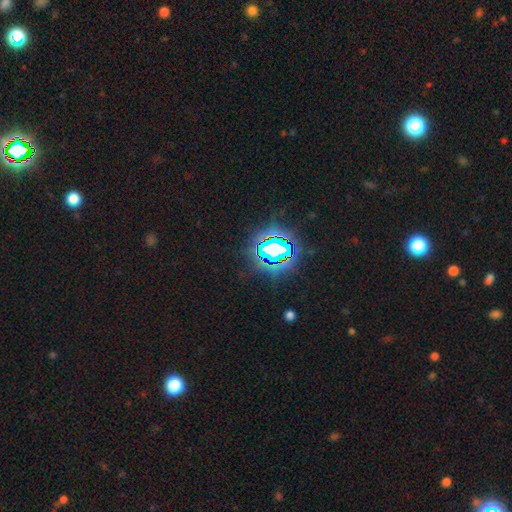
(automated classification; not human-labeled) Overall: star or artifact (83%).